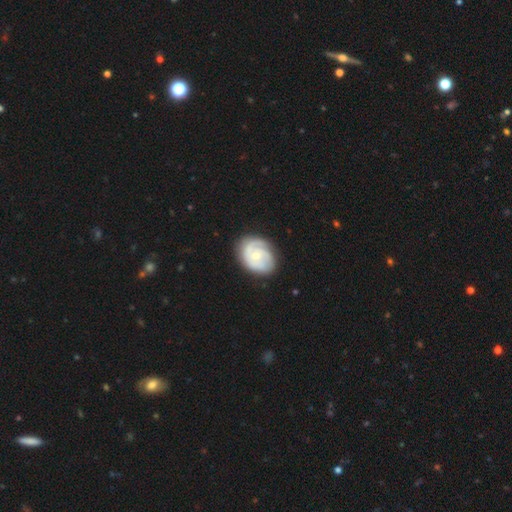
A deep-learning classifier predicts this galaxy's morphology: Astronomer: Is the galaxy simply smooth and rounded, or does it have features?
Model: featured or disk — 73%.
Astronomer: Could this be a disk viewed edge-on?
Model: no — 98%.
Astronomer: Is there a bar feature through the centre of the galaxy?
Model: no — 71%.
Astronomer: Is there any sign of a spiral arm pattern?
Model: yes — 92%.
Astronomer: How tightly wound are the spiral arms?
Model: tight — 62%.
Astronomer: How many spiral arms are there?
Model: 2 — 35% (runner-up: can't tell, 27%).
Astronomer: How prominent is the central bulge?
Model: small — 62%.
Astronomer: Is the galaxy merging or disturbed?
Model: none — 73%.